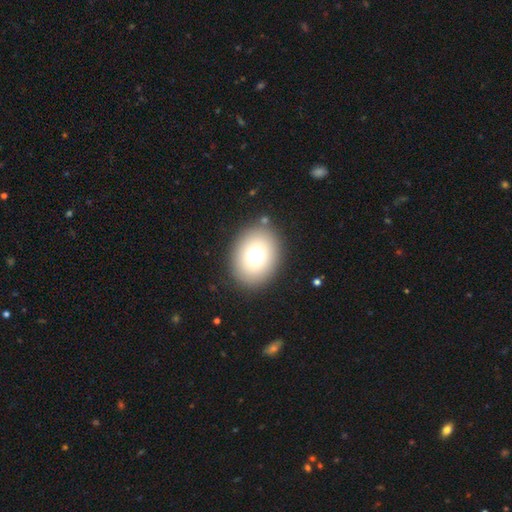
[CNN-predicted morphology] Smooth or featured: smooth — 73% (featured or disk — 15%)
How rounded: in between — 52% (round — 47%)
Merging: none — 87% (minor disturbance — 8%)